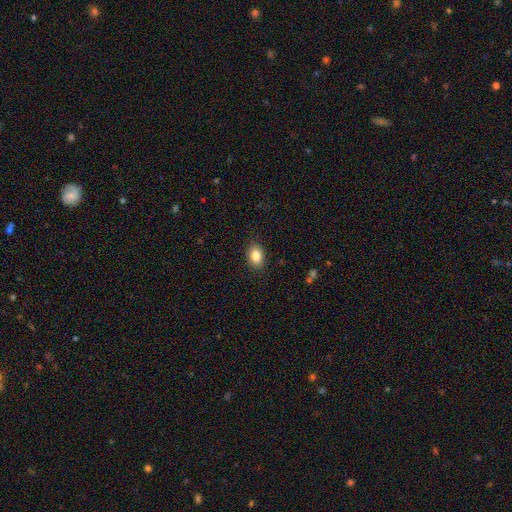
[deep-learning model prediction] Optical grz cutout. It shows a smooth galaxy with no disk features (84%) that is in between round and cigar-shaped (77%). Merging: none (88%).